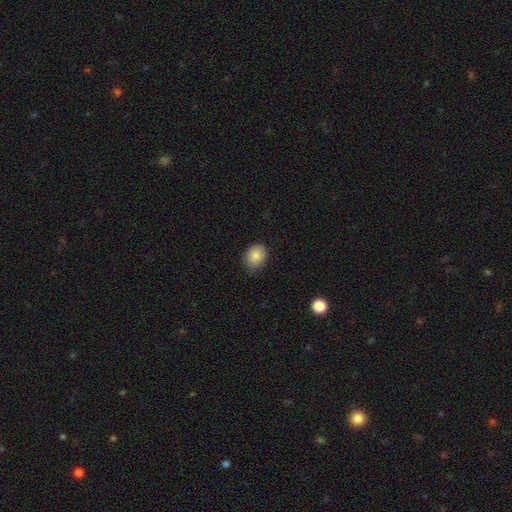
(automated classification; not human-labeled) Smooth or featured? Predicted: smooth (p=0.86). How rounded? Predicted: in between (p=0.53). Merging? Predicted: none (p=0.80).